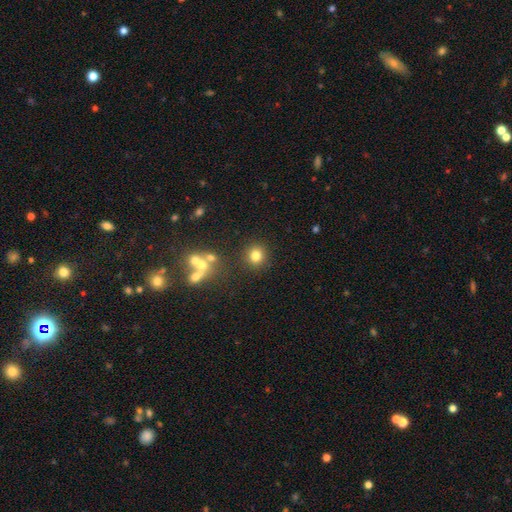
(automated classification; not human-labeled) smooth-or-featured: smooth: 76% | star or artifact: 15% | featured or disk: 9%
  how-rounded: round: 89% | in between: 10% | cigar-shaped: 1%
  merging: none: 84% | minor disturbance: 7% | merger: 5% | major disturbance: 4%